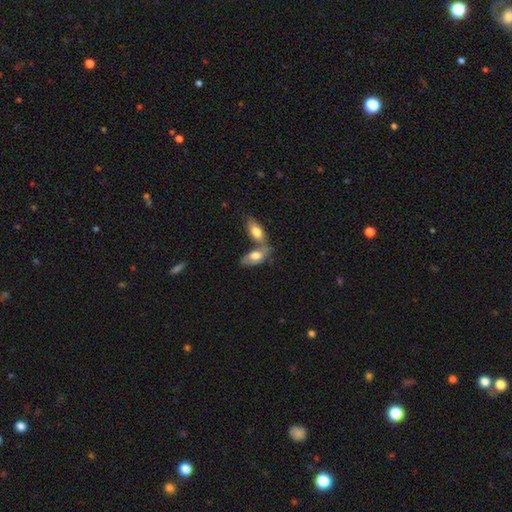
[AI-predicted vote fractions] This appears to be a smooth galaxy with no disk features (68%) that is in between round and cigar-shaped (89%). Merging: merger (52%).